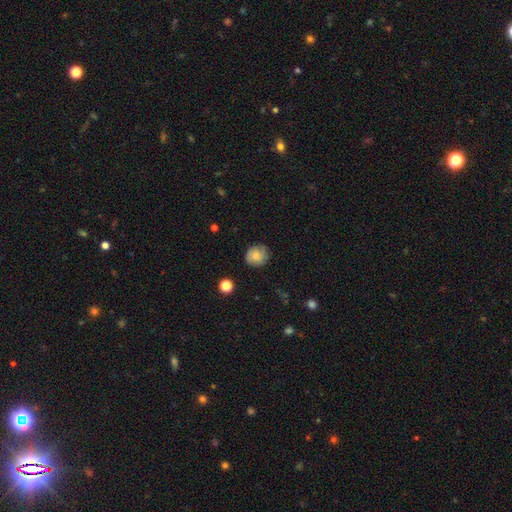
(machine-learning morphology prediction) This appears to be a smooth galaxy with no disk features (76%) that is round (83%). Merging: none (79%).